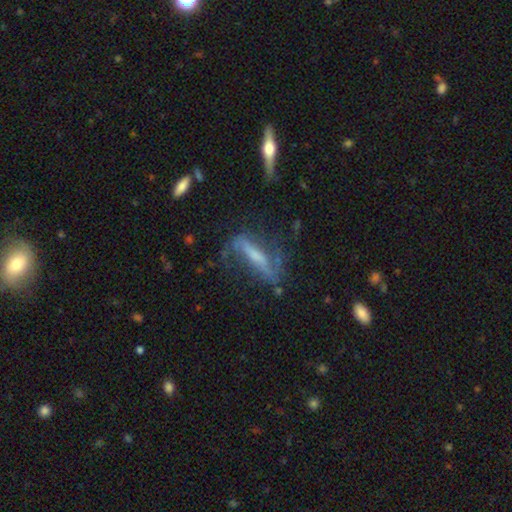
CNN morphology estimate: This appears to be a featured or disk galaxy (66%). Merging: none (52%).